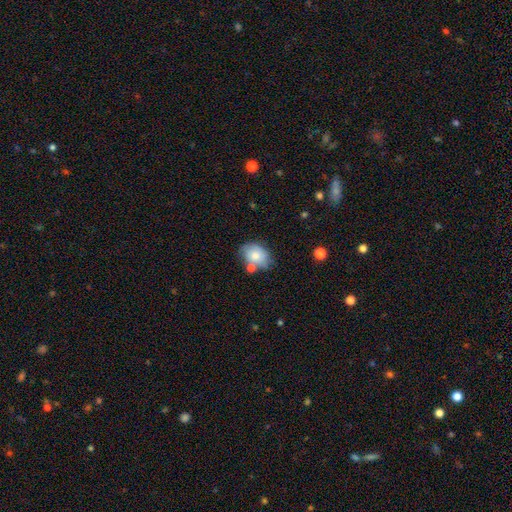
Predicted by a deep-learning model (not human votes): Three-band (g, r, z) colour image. It shows a smooth galaxy with no disk features (73%) that is in between round and cigar-shaped (69%). Merging: none (57%).